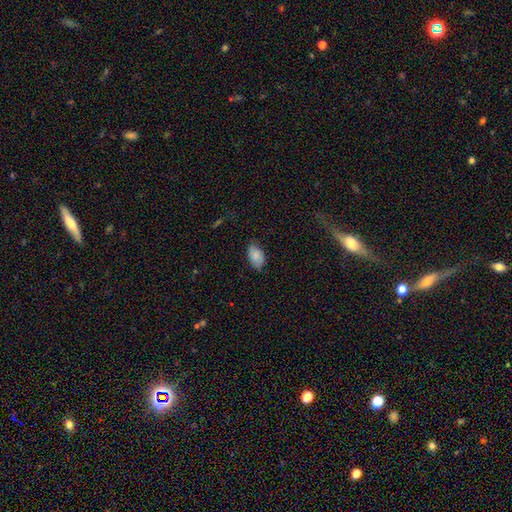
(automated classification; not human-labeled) A smooth galaxy with no disk features (82%) that is in between round and cigar-shaped (93%). Merging: none (73%).